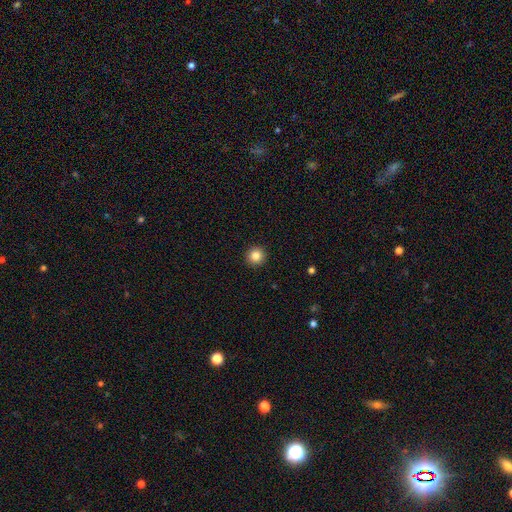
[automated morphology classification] Smooth or featured? Predicted: smooth (p=0.85). How rounded? Predicted: round (p=0.95). Merging? Predicted: none (p=0.93).